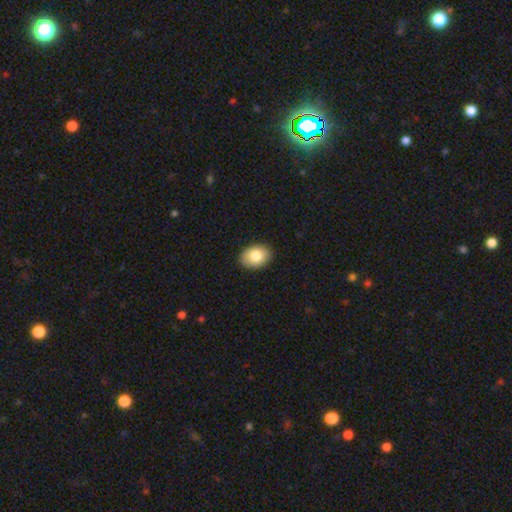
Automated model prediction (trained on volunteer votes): This appears to be a smooth galaxy with no disk features (82%) that is in between round and cigar-shaped (81%). Merging: none (90%).